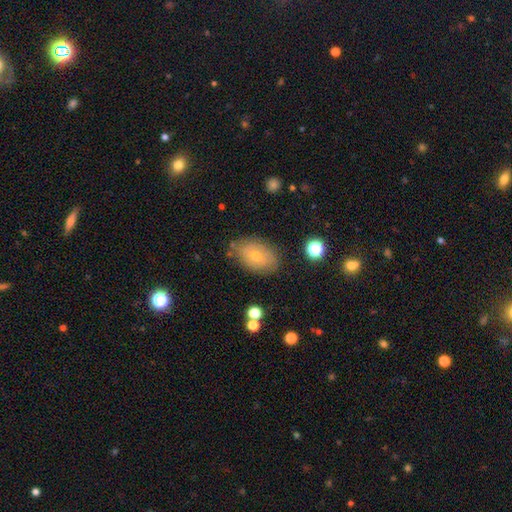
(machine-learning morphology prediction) smooth-or-featured: smooth: 61% | featured or disk: 30% | star or artifact: 9%
  how-rounded: in between: 88% | round: 10% | cigar-shaped: 1%
  merging: none: 74% | minor disturbance: 18% | major disturbance: 5% | merger: 3%